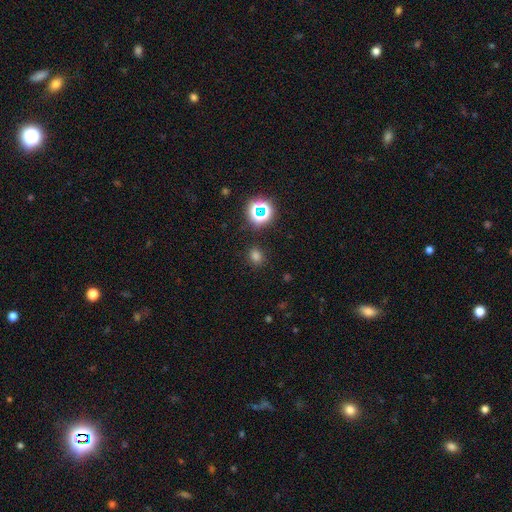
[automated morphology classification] smooth-or-featured: smooth: 70% | star or artifact: 24% | featured or disk: 5%
  how-rounded: round: 62% | in between: 37% | cigar-shaped: 1%
  merging: none: 86% | minor disturbance: 9% | major disturbance: 3% | merger: 2%